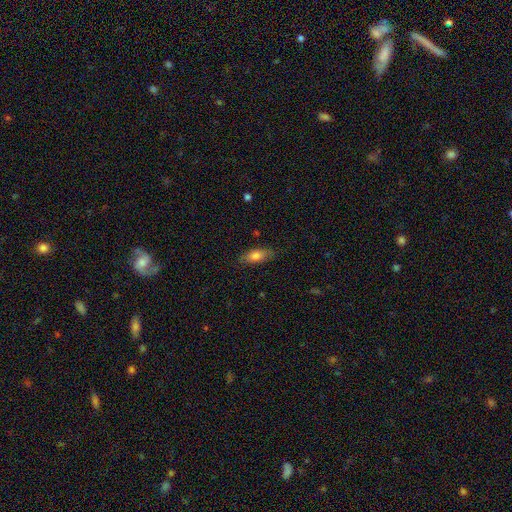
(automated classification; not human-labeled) This appears to be a smooth galaxy with no disk features (75%) that is in between round and cigar-shaped (76%). Merging: none (80%).